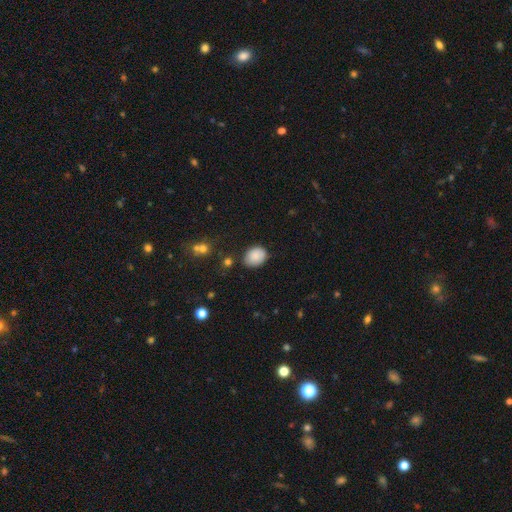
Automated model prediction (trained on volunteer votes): smooth_or_featured: smooth (p=0.87) [alt: star or artifact p=0.08]
how_rounded: in between (p=0.61) [alt: round p=0.38]
merging: none (p=0.77) [alt: minor disturbance p=0.17]